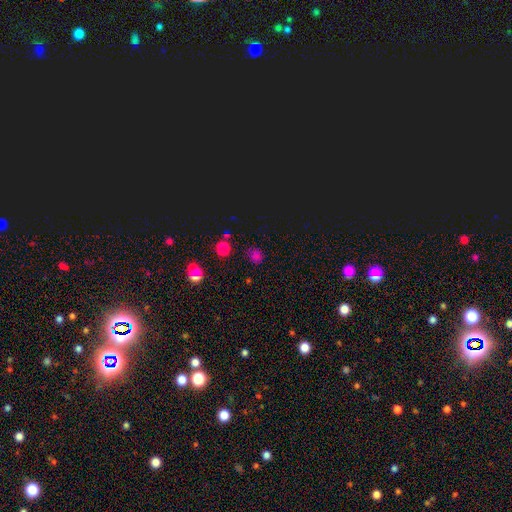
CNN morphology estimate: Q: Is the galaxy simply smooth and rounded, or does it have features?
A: smooth — 60%.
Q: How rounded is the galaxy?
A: round — 79%.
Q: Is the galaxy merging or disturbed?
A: none — 76%.